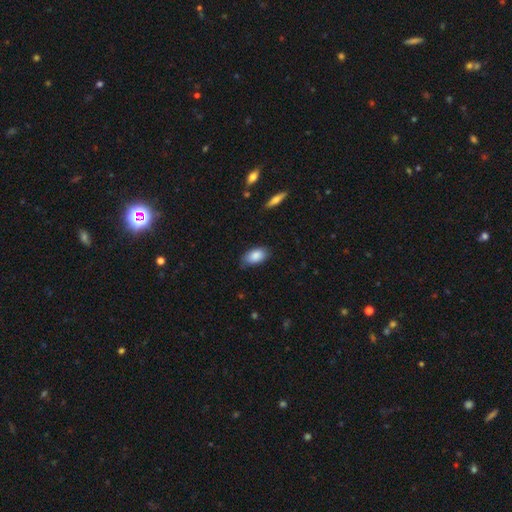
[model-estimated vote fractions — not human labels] A smooth galaxy with no disk features (87%) that is in between round and cigar-shaped (93%).

Vote fractions:
- Smooth or featured? smooth: 87% / featured or disk: 7% / star or artifact: 6%
- How rounded? in between: 93% / round: 4% / cigar-shaped: 2%
- Merging? none: 72% / minor disturbance: 23% / major disturbance: 4% / merger: 1%